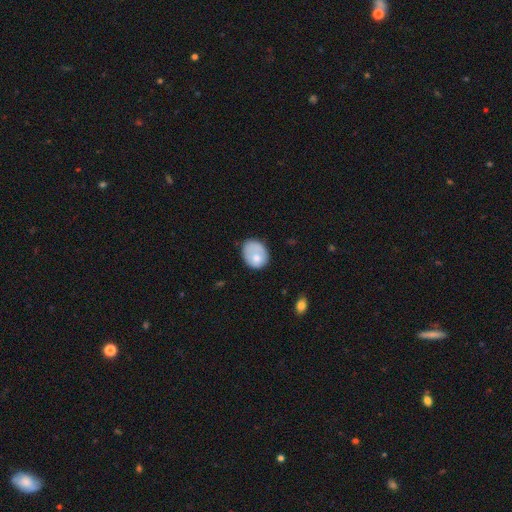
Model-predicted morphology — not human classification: Smooth or featured?
  - smooth: 72% *
  - featured or disk: 21%
  - star or artifact: 7%
How rounded?
  - in between: 56% *
  - round: 44%
  - cigar-shaped: 1%
Merging?
  - none: 48% *
  - minor disturbance: 32%
  - major disturbance: 16%
  - merger: 4%